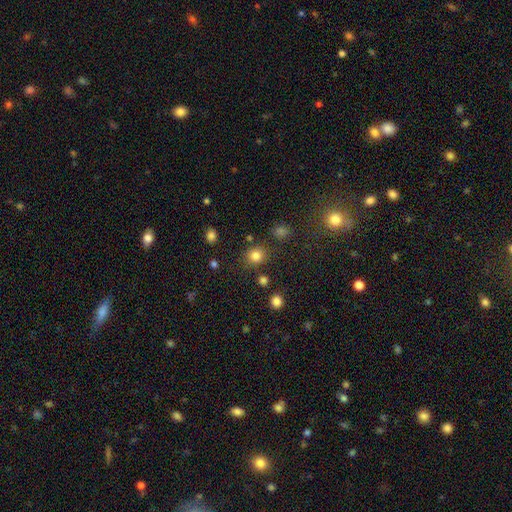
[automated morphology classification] Smooth or featured?
  - smooth: 82% *
  - star or artifact: 13%
  - featured or disk: 5%
How rounded?
  - round: 81% *
  - in between: 18%
  - cigar-shaped: 1%
Merging?
  - none: 82% *
  - minor disturbance: 9%
  - merger: 5%
  - major disturbance: 4%